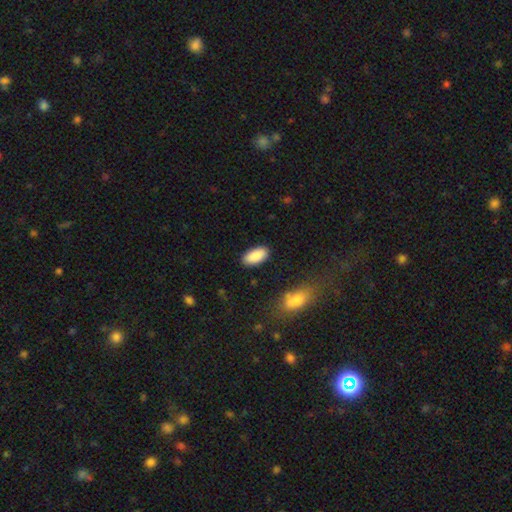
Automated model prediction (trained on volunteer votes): Smooth or featured? Predicted: smooth (p=0.90). How rounded? Predicted: in between (p=0.93). Merging? Predicted: none (p=0.86).